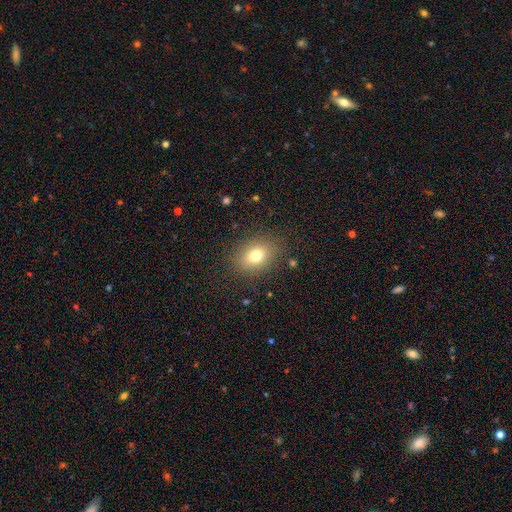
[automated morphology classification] A smooth galaxy with no disk features (76%) that is in between round and cigar-shaped (66%).

Vote fractions:
- Smooth or featured? smooth: 76% / star or artifact: 12% / featured or disk: 12%
- How rounded? in between: 66% / round: 32% / cigar-shaped: 1%
- Merging? none: 84% / minor disturbance: 11% / major disturbance: 4% / merger: 1%